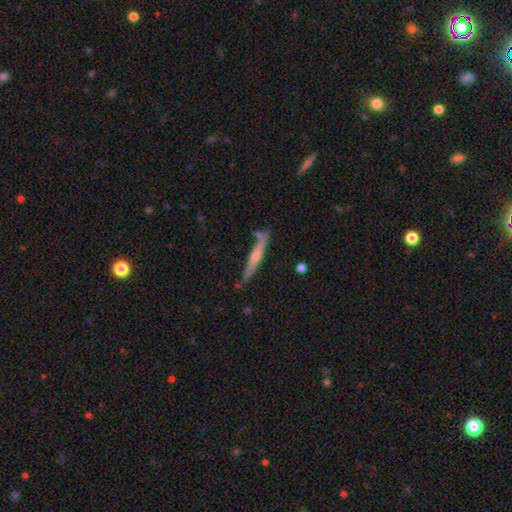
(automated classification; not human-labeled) This is likely a featured or disk galaxy (62%). It is clearly viewed edge-on (95%). Edge-on bulge: likely rounded (74%). Merging: likely none (76%).